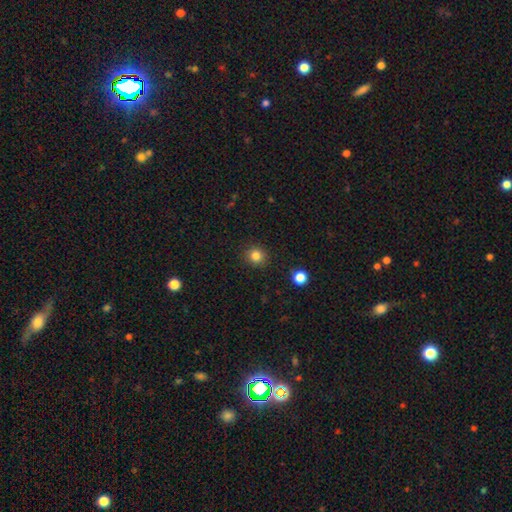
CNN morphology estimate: Overall: smooth (82%). How rounded: round (90%). Merging: none (90%).